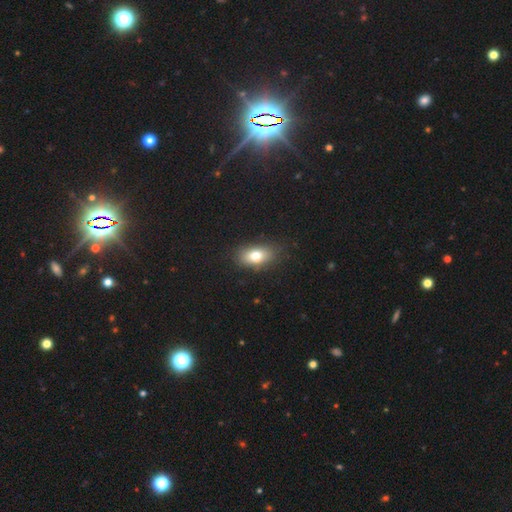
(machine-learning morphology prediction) type=smooth (77%); roundness=in between (84%); merging=none (82%).